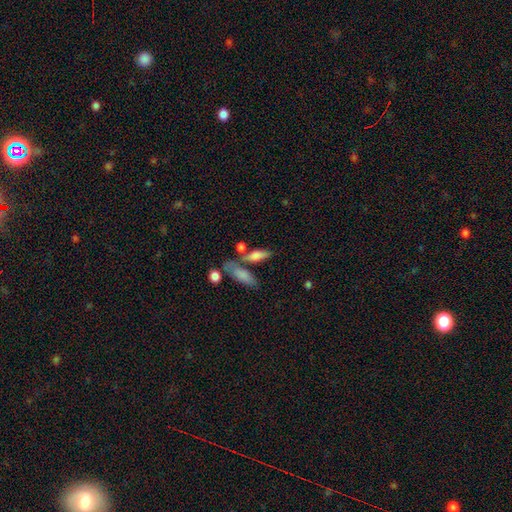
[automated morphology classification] The model was most divided on "how rounded": in between: 53%, cigar-shaped: 42%, round: 4%. More confident: smooth or featured — smooth (75%); merging — none (52%).